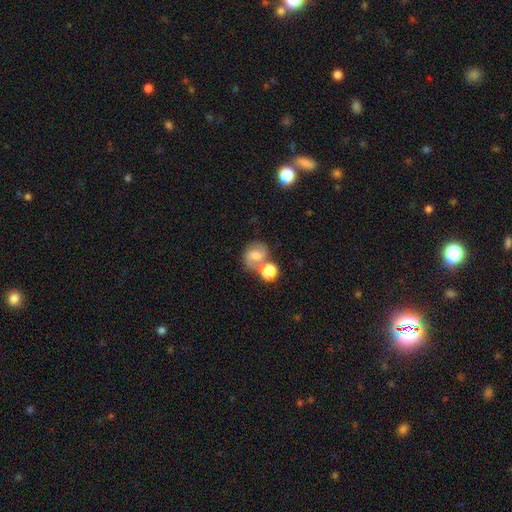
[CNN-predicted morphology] Smooth or featured? featured or disk (51%)
Edge-on disk? no (98%)
Bar? weak (47%)
Spiral arms? yes (86%)
Bulge size? moderate (46%)
Merging? none (48%)